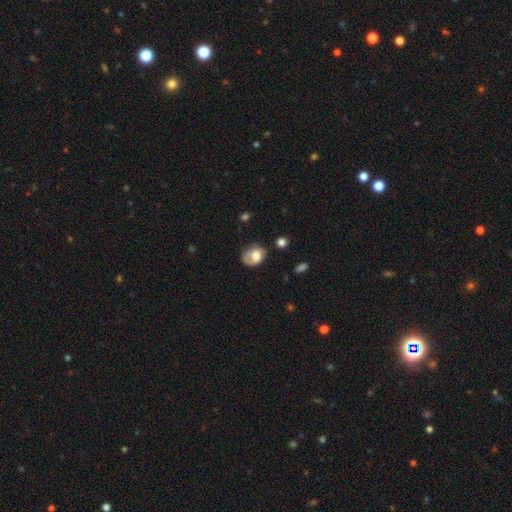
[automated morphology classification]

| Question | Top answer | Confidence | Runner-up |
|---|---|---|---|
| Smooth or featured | smooth | 64% | featured or disk (28%) |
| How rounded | in between | 59% | round (40%) |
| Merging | none | 39% | minor disturbance (32%) |